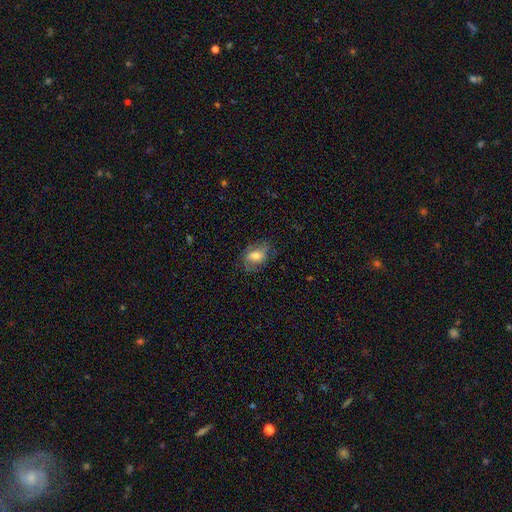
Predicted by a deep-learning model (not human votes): smooth-or-featured: smooth: 58% | featured or disk: 33% | star or artifact: 9%
  how-rounded: in between: 78% | round: 19% | cigar-shaped: 2%
  merging: none: 66% | minor disturbance: 23% | major disturbance: 10% | merger: 1%